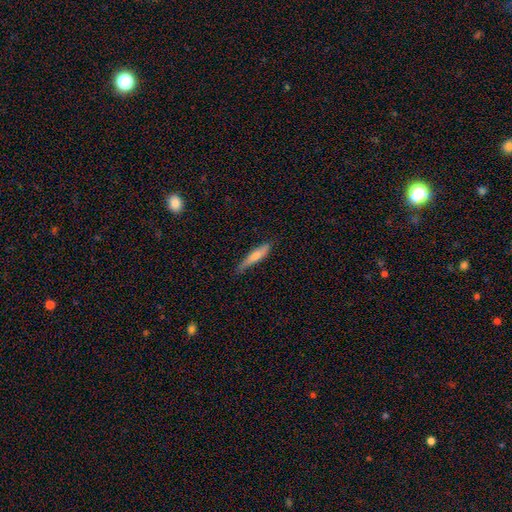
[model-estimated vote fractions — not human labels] smooth 57%, featured or disk 37%, star or artifact 6%. Down the decision tree: how rounded — cigar-shaped (89%); merging — none (74%).